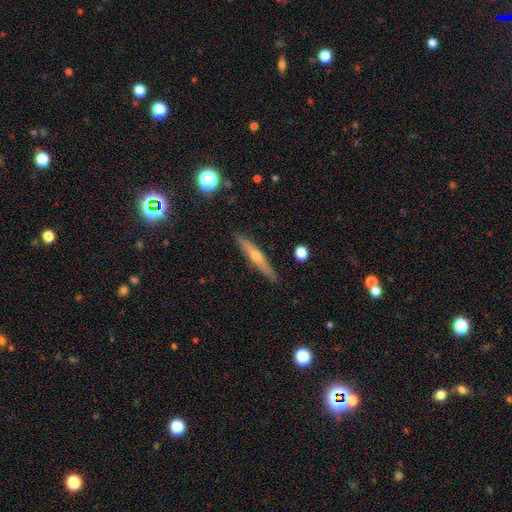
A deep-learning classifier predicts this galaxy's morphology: featured or disk 59%, smooth 33%, star or artifact 7%. Down the decision tree: edge-on disk — yes (94%); edge-on bulge — rounded (82%); merging — none (88%).